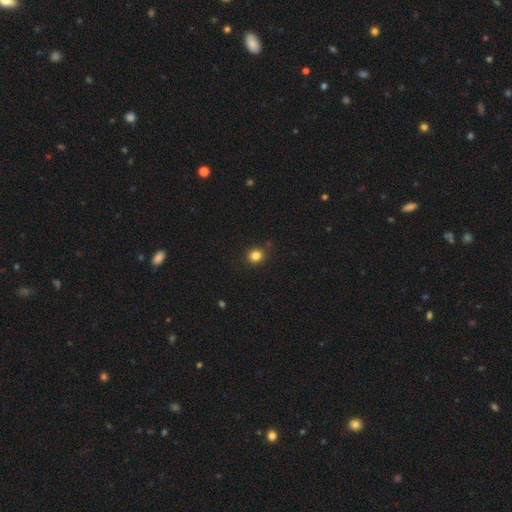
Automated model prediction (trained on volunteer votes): A smooth galaxy with no disk features (83%) that is round (81%). Merging: none (86%).